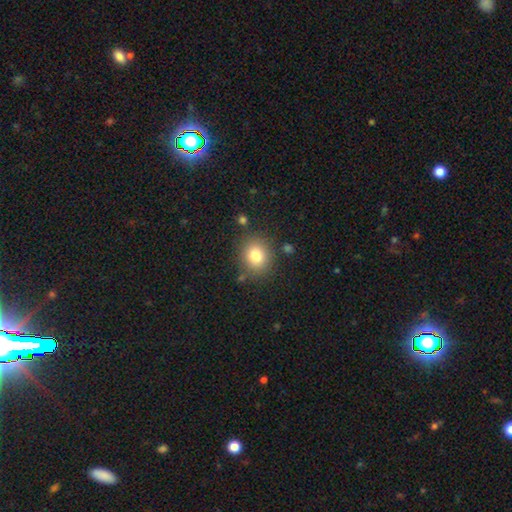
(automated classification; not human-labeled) Overall: smooth (80%). How rounded: round (71%). Merging: none (83%).